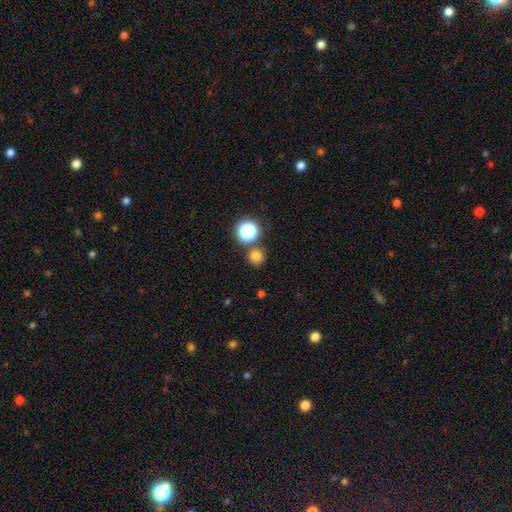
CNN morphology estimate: Smooth or featured? smooth (76%)
How rounded? round (93%)
Merging? none (80%)